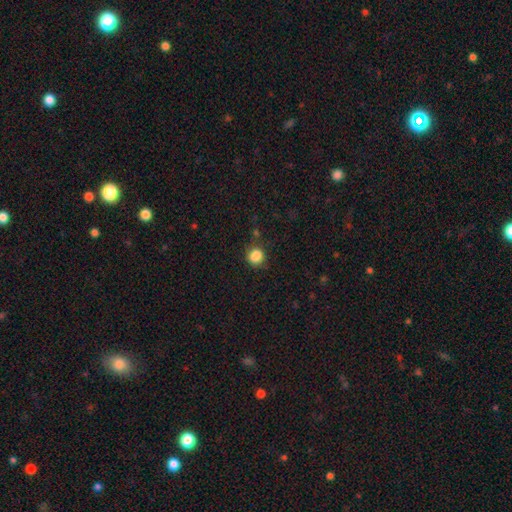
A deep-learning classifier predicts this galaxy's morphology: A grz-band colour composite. It shows a smooth galaxy with no disk features (86%) that is round (79%). Merging: none (74%).